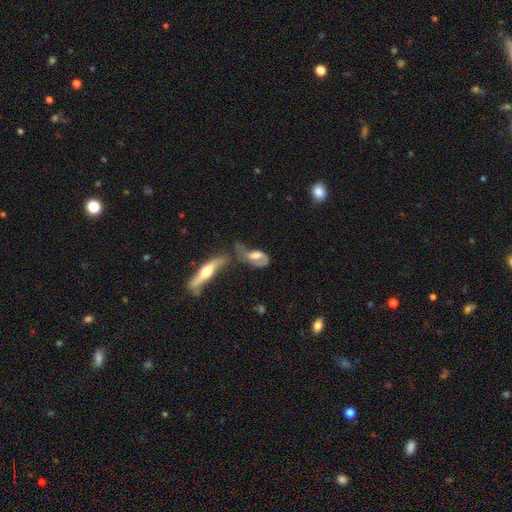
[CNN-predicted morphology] type=featured or disk (63%); edge-on=no (80%); bar=no (57%); spiral arms=yes (70%); bulge=moderate (49%); merging=merger (37%).